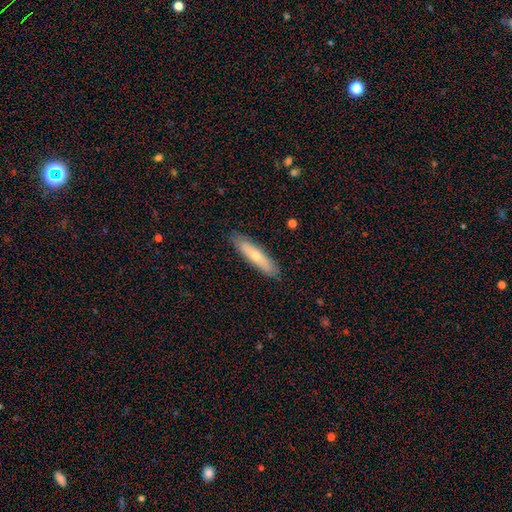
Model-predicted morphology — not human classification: Overall: smooth (57%; featured or disk 37%). How rounded: cigar-shaped (80%). Merging: none (87%).